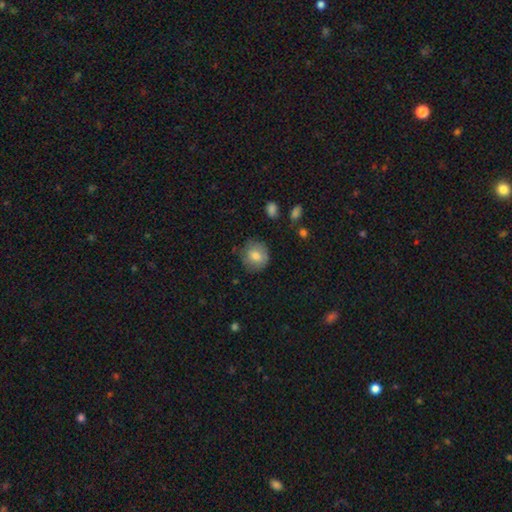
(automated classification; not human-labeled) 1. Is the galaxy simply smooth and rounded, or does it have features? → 75% smooth, 17% featured or disk, 8% star or artifact.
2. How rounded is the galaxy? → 86% round, 13% in between, 1% cigar-shaped.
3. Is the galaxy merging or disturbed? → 74% none, 20% minor disturbance, 5% major disturbance, 2% merger.